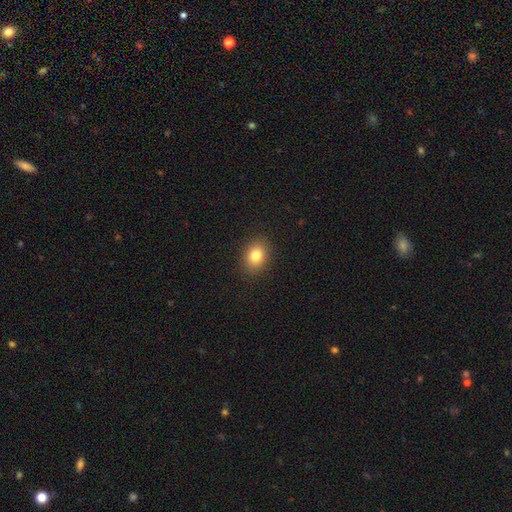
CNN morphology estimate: Overall: smooth (81%). How rounded: in between (57%; round 42%). Merging: none (89%).